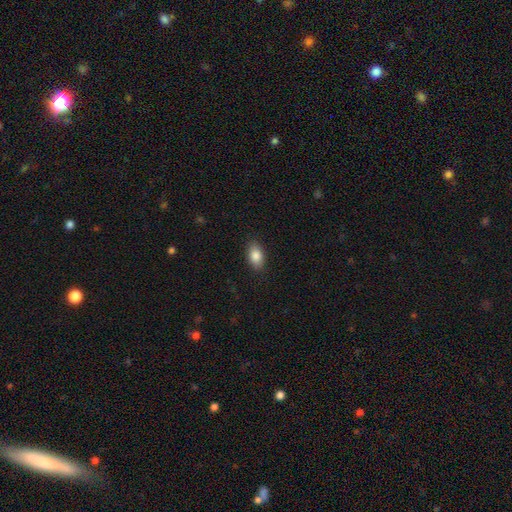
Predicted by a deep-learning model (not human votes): A smooth galaxy with no disk features (86%) that is in between round and cigar-shaped (90%). Merging: none (88%).